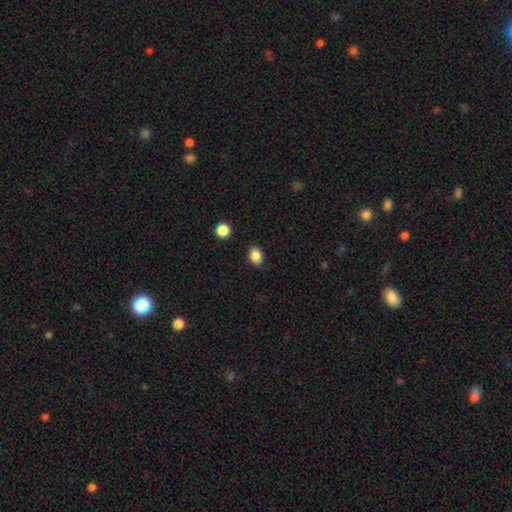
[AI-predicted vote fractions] Smooth or featured: smooth — 86% (star or artifact — 9%)
How rounded: in between — 63% (round — 36%)
Merging: none — 87% (minor disturbance — 9%)